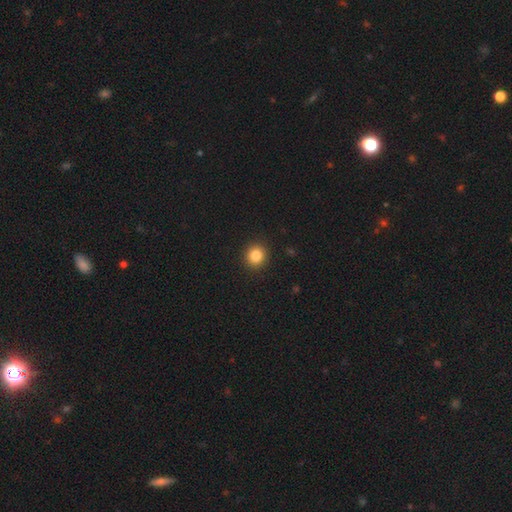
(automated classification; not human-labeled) smooth_or_featured: smooth (p=0.84) [alt: star or artifact p=0.11]
how_rounded: round (p=0.91) [alt: in between p=0.08]
merging: none (p=0.92) [alt: minor disturbance p=0.05]